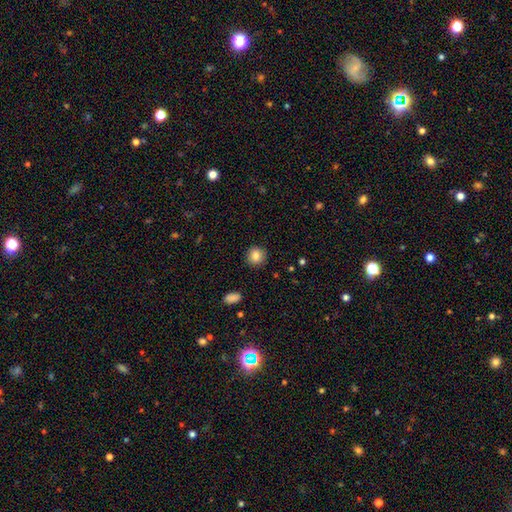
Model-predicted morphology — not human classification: Q: Smooth or featured?
A: smooth (83%); runner-up: star or artifact (9%)
Q: How rounded?
A: round (91%); runner-up: in between (8%)
Q: Merging?
A: none (91%); runner-up: minor disturbance (6%)